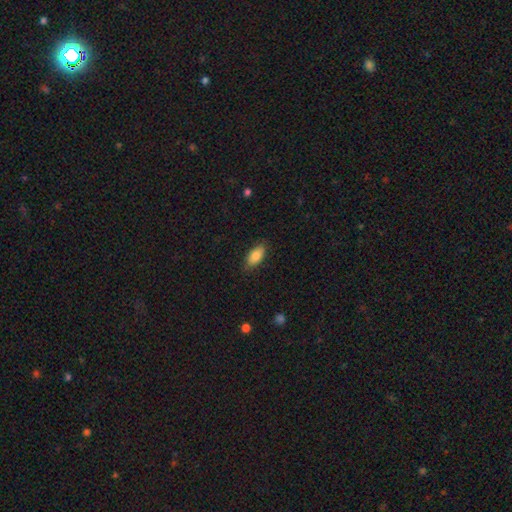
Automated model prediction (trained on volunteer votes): smooth_or_featured: smooth (p=0.84) [alt: featured or disk p=0.09]
how_rounded: in between (p=0.91) [alt: cigar-shaped p=0.07]
merging: none (p=0.84) [alt: minor disturbance p=0.12]